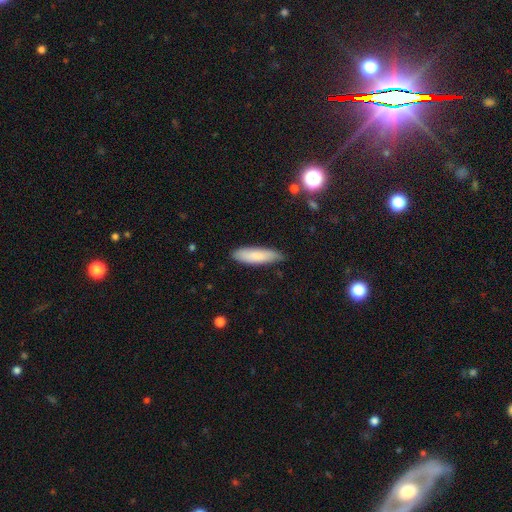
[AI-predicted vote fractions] Overall: smooth (83%). How rounded: cigar-shaped (63%; in between 36%). Merging: none (83%).